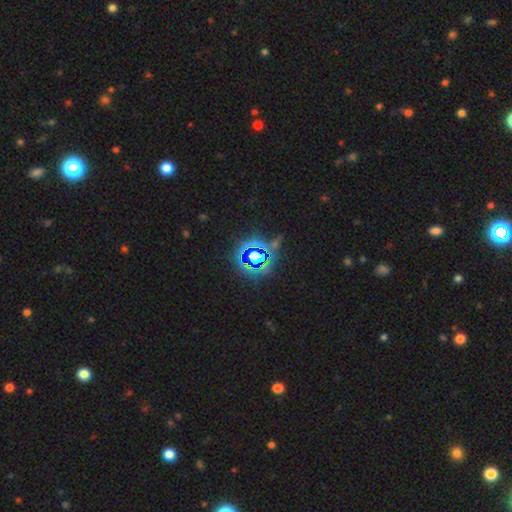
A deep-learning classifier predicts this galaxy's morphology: smooth-or-featured: star or artifact: 71% | smooth: 17% | featured or disk: 12%